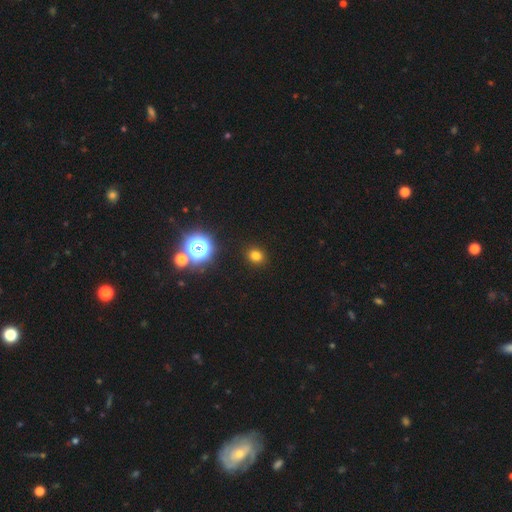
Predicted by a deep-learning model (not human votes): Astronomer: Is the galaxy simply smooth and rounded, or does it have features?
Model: smooth — 76%.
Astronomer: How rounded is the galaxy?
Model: round — 80%.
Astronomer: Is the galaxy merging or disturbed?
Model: none — 91%.